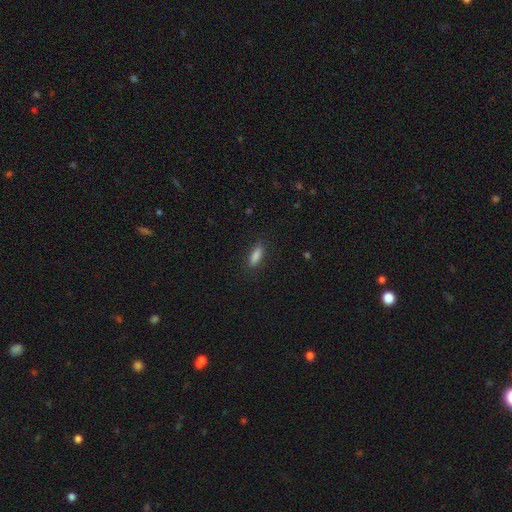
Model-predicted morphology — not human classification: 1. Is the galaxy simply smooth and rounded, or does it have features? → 84% smooth, 8% star or artifact, 8% featured or disk.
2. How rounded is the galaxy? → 56% in between, 41% cigar-shaped, 3% round.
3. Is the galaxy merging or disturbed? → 85% none, 11% minor disturbance, 3% major disturbance, 1% merger.